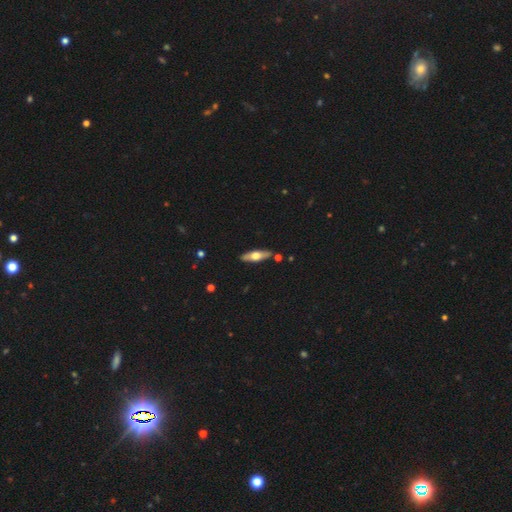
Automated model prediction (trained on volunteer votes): featured or disk 52%, smooth 43%, star or artifact 5%. Down the decision tree: edge-on disk — yes (84%); merging — none (85%).